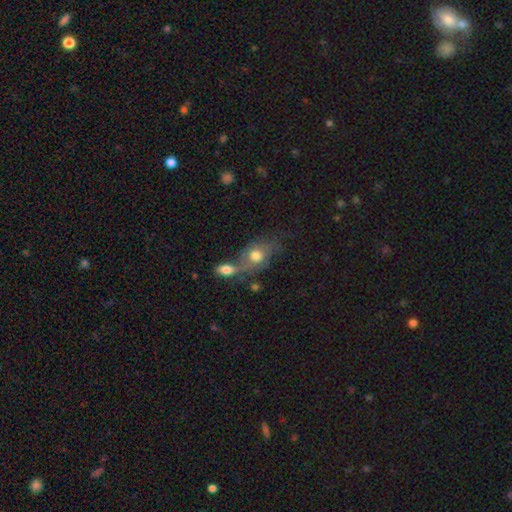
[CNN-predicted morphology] Smooth or featured? smooth (63%)
How rounded? in between (65%)
Merging? merger (42%)